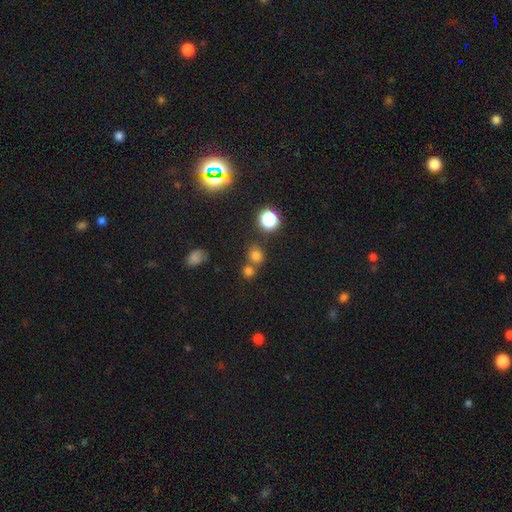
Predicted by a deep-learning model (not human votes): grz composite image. It shows a smooth galaxy with no disk features (72%) that is round (75%). Merging: none (60%).